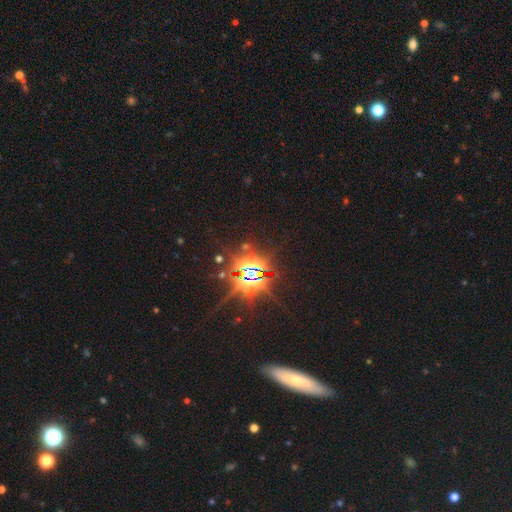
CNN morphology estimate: type=star or artifact (80%).